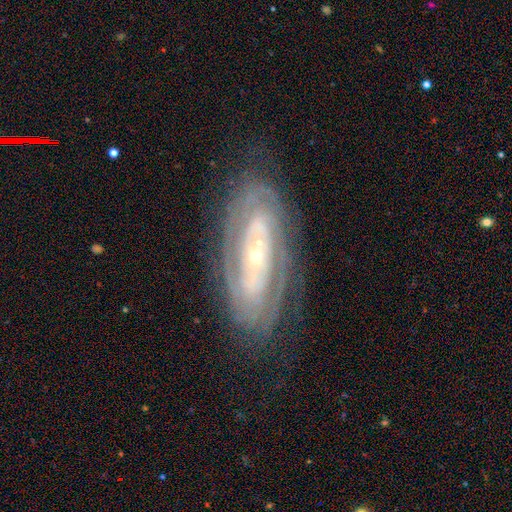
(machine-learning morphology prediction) A featured or disk galaxy (83%) with no bar (65%), tight (76%) spiral arms (83%) and a small central bulge (73%).

Vote fractions:
- Smooth or featured? featured or disk: 83% / smooth: 11% / star or artifact: 6%
- Edge-on disk? no: 90% / yes: 10%
- Bar? no: 65% / weak: 20% / strong: 15%
- Spiral arms? yes: 83% / no: 17%
- Spiral winding? tight: 76% / medium: 18% / loose: 6%
- Spiral arm count? can't tell: 46% / 2: 29% / 3: 10% / 4: 6% / more than 4: 5% / 1: 4%
- Bulge size? small: 73% / moderate: 23% / large: 2% / none: 1% / dominant: 1%
- Merging? none: 77% / minor disturbance: 15% / major disturbance: 6% / merger: 1%